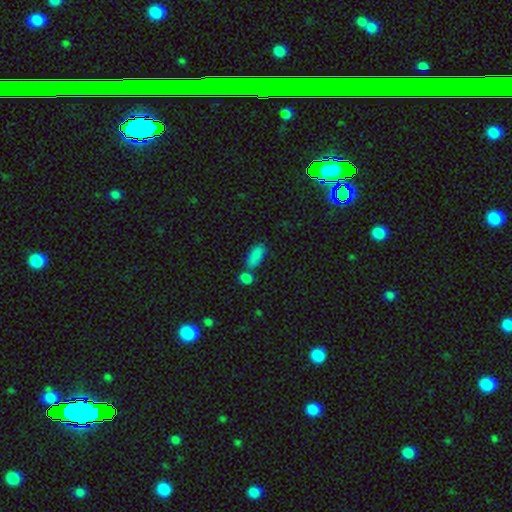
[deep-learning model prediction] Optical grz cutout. It shows a smooth galaxy with no disk features (85%) that is in between round and cigar-shaped (83%). Merging: none (60%).